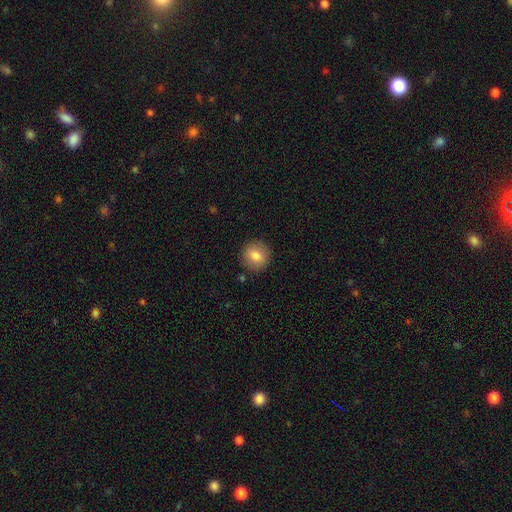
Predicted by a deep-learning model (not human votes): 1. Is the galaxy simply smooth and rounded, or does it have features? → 80% smooth, 12% featured or disk, 9% star or artifact.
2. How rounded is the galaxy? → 92% round, 8% in between, 1% cigar-shaped.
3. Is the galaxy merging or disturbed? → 89% none, 7% minor disturbance, 2% major disturbance, 1% merger.